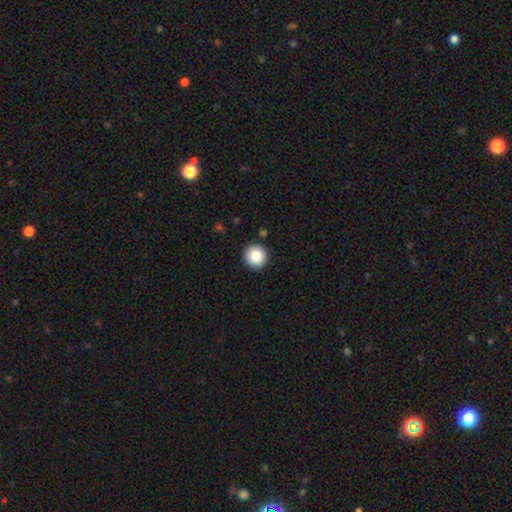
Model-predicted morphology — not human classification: A smooth galaxy with no disk features (85%) that is round (95%). Merging: none (91%).